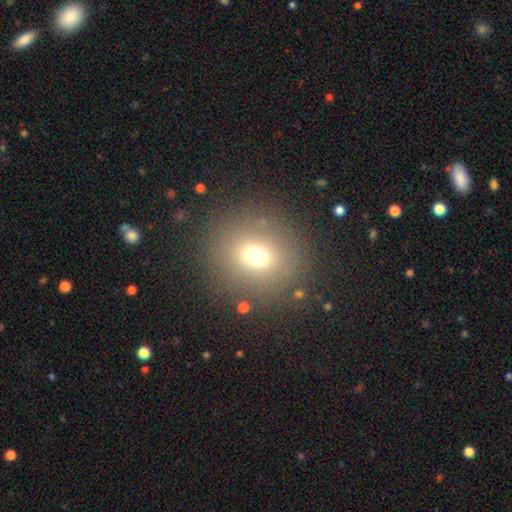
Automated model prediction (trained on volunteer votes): Overall: smooth (69%). How rounded: round (83%). Merging: none (84%).